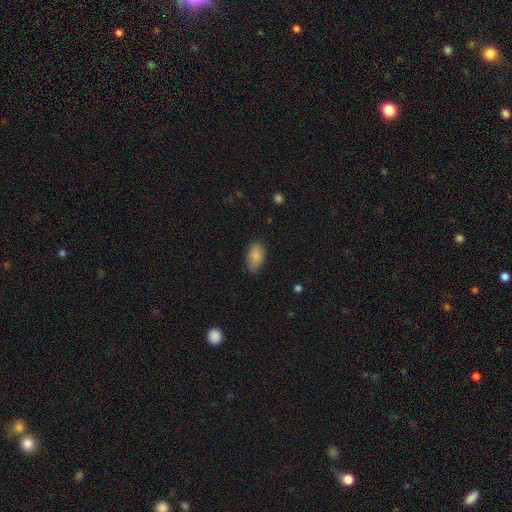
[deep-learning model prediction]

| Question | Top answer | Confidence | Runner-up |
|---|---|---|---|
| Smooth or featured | smooth | 86% | star or artifact (8%) |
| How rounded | in between | 92% | round (5%) |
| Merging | none | 73% | minor disturbance (22%) |